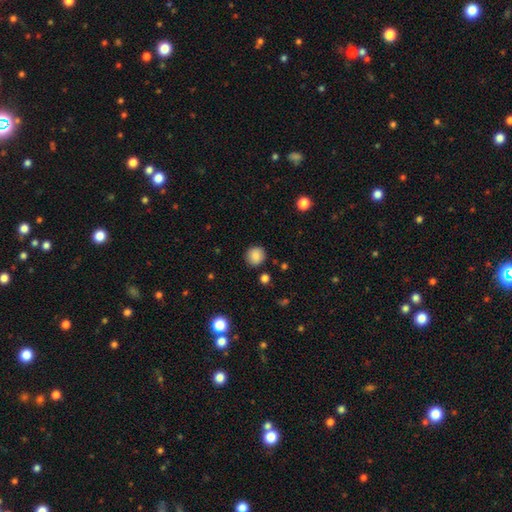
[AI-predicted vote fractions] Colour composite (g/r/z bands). It shows a smooth galaxy with no disk features (87%) that is round (92%). Merging: none (89%).